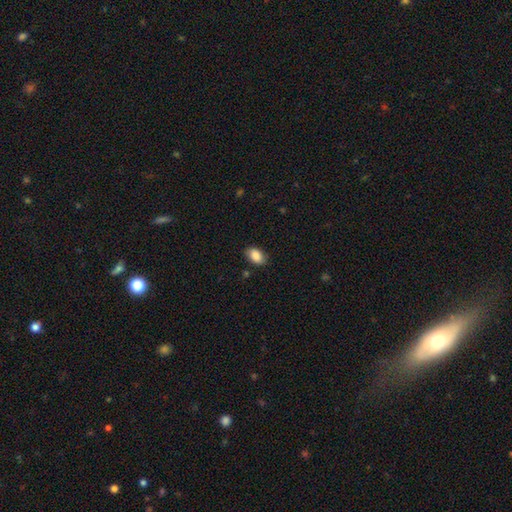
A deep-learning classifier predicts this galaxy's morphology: Smooth or featured? smooth (88%)
How rounded? in between (90%)
Merging? none (84%)